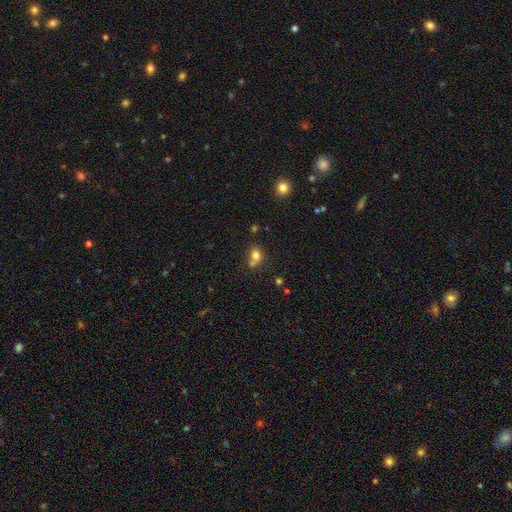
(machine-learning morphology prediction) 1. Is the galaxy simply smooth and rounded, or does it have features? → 76% smooth, 14% star or artifact, 10% featured or disk.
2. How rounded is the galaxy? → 59% round, 40% in between, 1% cigar-shaped.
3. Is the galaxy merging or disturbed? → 45% none, 41% merger, 10% minor disturbance, 4% major disturbance.